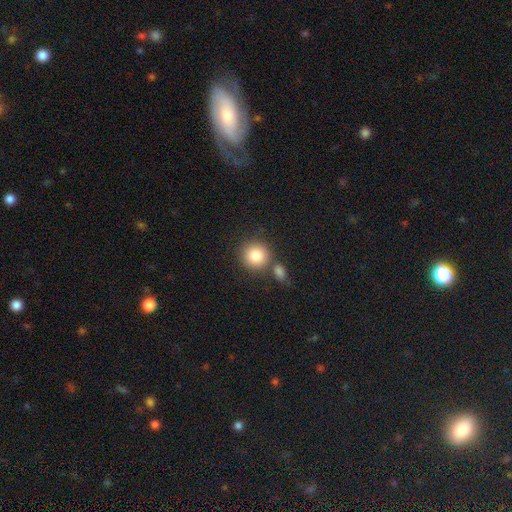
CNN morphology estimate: A smooth galaxy with no disk features (84%) that is round (90%).

Vote fractions:
- Smooth or featured? smooth: 84% / star or artifact: 8% / featured or disk: 7%
- How rounded? round: 90% / in between: 9% / cigar-shaped: 1%
- Merging? none: 68% / merger: 19% / minor disturbance: 9% / major disturbance: 3%